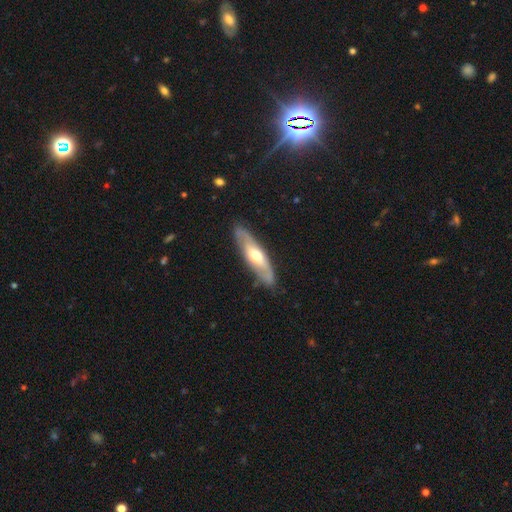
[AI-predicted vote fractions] Smooth or featured?
  - featured or disk: 58% *
  - smooth: 37%
  - star or artifact: 5%
Edge-on disk?
  - no: 51% *
  - yes: 49%
Merging?
  - none: 83% *
  - minor disturbance: 12%
  - major disturbance: 3%
  - merger: 1%